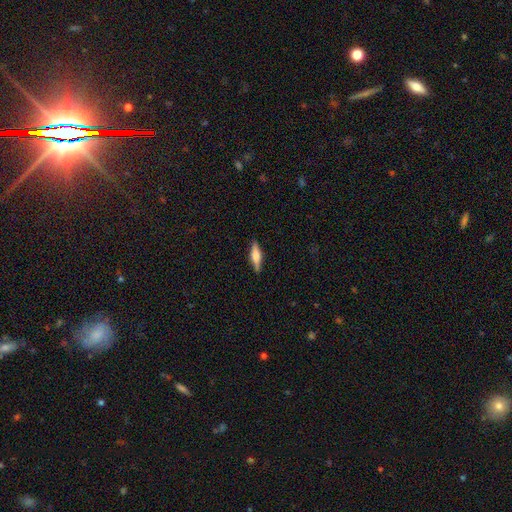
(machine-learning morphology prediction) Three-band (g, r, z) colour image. It shows a featured or disk galaxy (47%). Merging: none (89%).